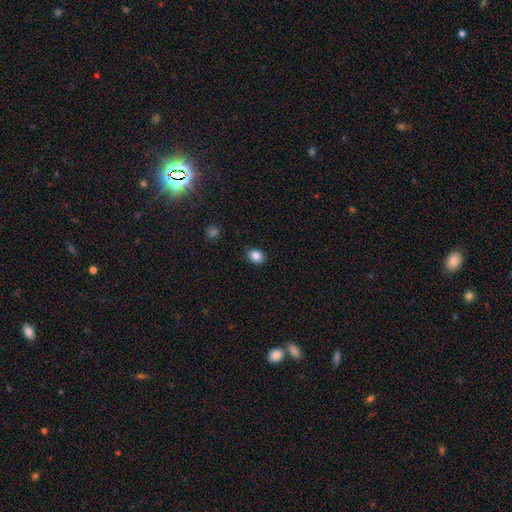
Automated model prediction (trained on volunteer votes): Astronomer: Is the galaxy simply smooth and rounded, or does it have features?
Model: smooth — 85%.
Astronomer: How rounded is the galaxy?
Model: in between — 56% (runner-up: round, 43%).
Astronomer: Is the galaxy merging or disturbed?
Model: none — 86%.